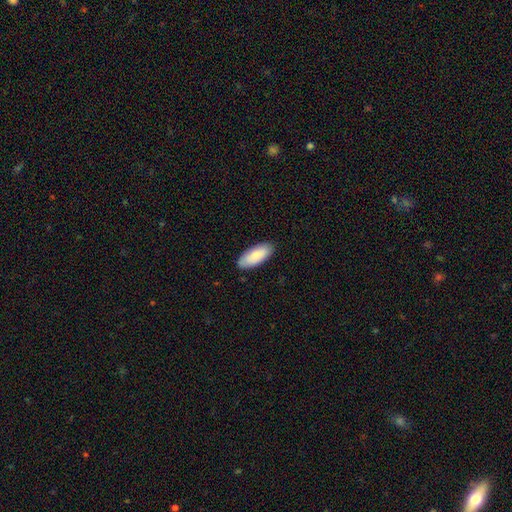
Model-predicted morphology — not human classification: type=smooth (84%); roundness=in between (86%); merging=none (87%).